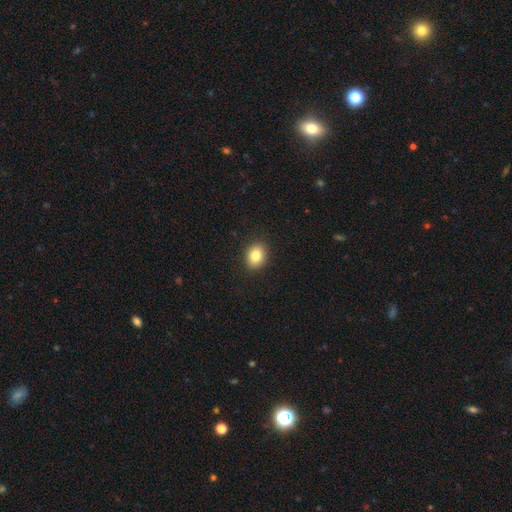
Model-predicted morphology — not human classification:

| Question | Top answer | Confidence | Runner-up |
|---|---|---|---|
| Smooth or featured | smooth | 84% | star or artifact (9%) |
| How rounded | in between | 53% | round (46%) |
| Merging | none | 90% | minor disturbance (7%) |